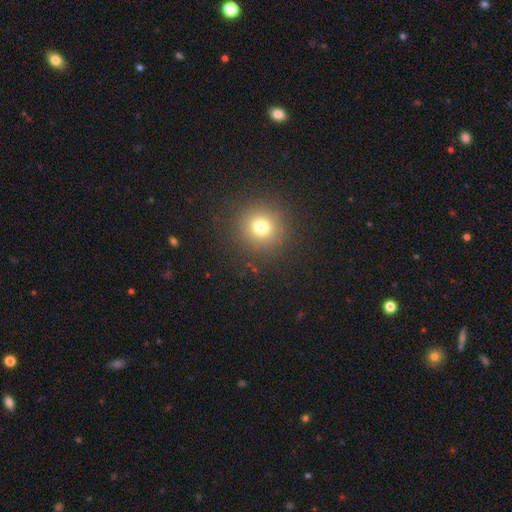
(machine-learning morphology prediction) A smooth galaxy with no disk features (68%) that is round (95%).

Vote fractions:
- Smooth or featured? smooth: 68% / star or artifact: 26% / featured or disk: 6%
- How rounded? round: 95% / in between: 4% / cigar-shaped: 1%
- Merging? none: 93% / minor disturbance: 4% / major disturbance: 2% / merger: 1%